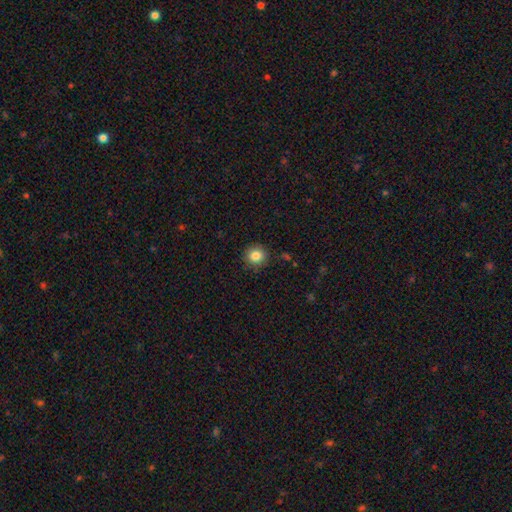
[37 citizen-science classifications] smooth 95%, featured or disk 5%, star or artifact 0%. Down the decision tree: how rounded — round (94%); merging — none (95%).